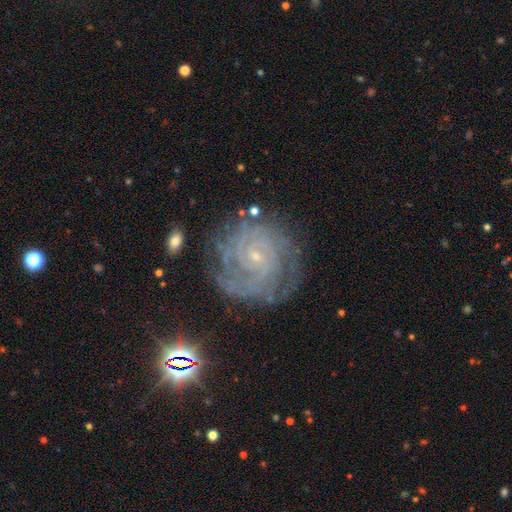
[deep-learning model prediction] Smooth or featured?
  - featured or disk: 85% *
  - star or artifact: 8%
  - smooth: 7%
Edge-on disk?
  - no: 98% *
  - yes: 2%
Bar?
  - no: 65% *
  - weak: 28%
  - strong: 7%
Spiral arms?
  - yes: 96% *
  - no: 4%
Spiral winding?
  - tight: 78% *
  - medium: 18%
  - loose: 3%
Spiral arm count?
  - can't tell: 31% *
  - 2: 20%
  - 3: 19%
  - 4: 15%
  - more than 4: 8%
  - 1: 7%
Bulge size?
  - small: 86% *
  - moderate: 9%
  - none: 3%
  - large: 1%
  - dominant: 1%
Merging?
  - none: 75% *
  - minor disturbance: 17%
  - major disturbance: 7%
  - merger: 2%